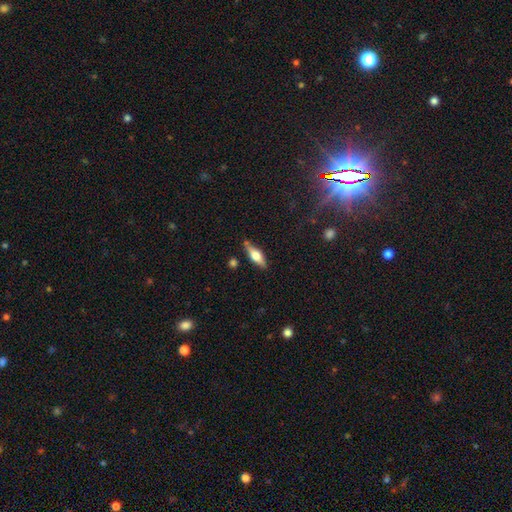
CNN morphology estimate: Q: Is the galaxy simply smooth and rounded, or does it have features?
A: smooth — 51%.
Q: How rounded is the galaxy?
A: in between — 53%.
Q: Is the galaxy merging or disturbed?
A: none — 77%.